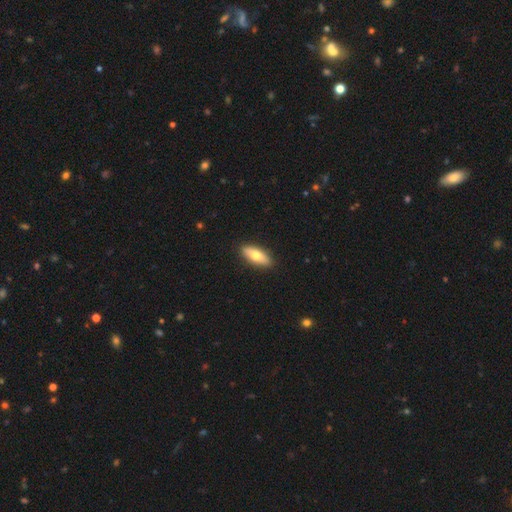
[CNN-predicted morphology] Smooth or featured? Predicted: smooth (p=0.68). How rounded? Predicted: in between (p=0.69). Merging? Predicted: none (p=0.90).